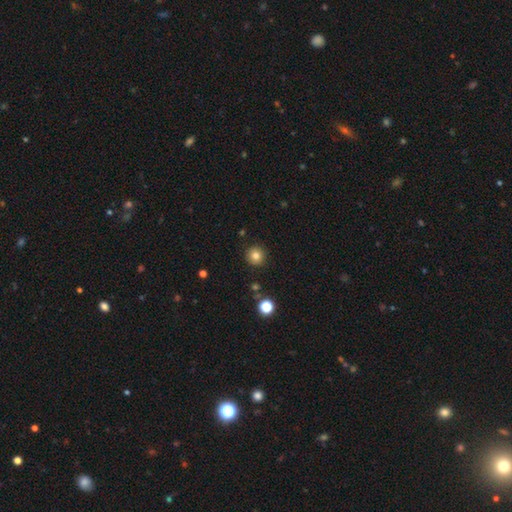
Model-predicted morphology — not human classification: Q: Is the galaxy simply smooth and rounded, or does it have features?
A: smooth — 81%.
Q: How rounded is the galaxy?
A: round — 95%.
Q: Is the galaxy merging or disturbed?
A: none — 91%.